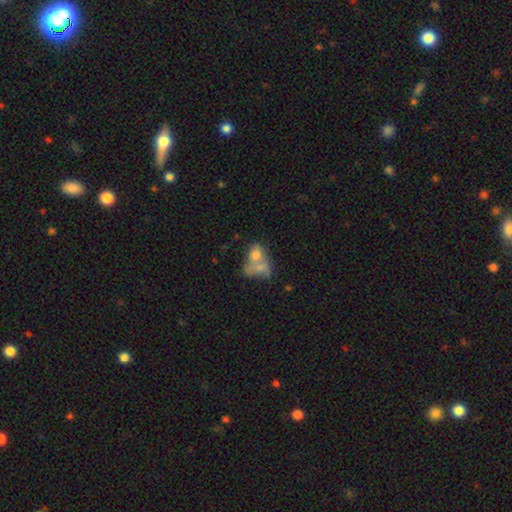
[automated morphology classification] Smooth or featured? smooth (67%)
How rounded? in between (73%)
Merging? merger (70%)